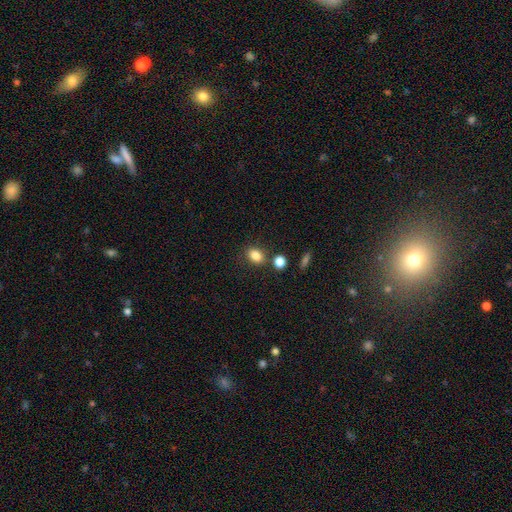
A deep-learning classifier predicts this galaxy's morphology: The model was most divided on "how rounded": in between: 65%, round: 33%, cigar-shaped: 1%. More confident: smooth or featured — smooth (84%); merging — none (74%).